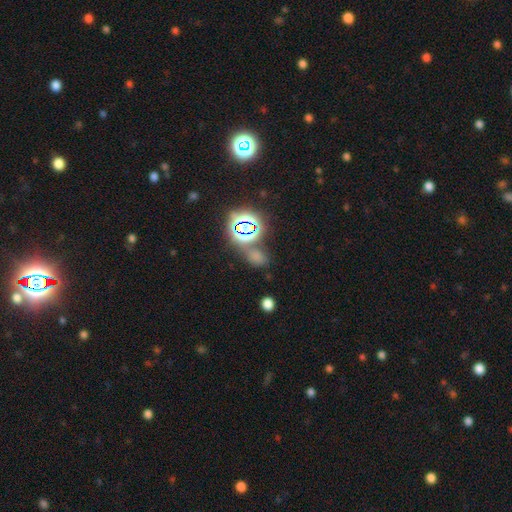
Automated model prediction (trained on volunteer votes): Q: Smooth or featured?
A: smooth (47%); runner-up: star or artifact (45%)
Q: Merging?
A: none (60%); runner-up: merger (17%)